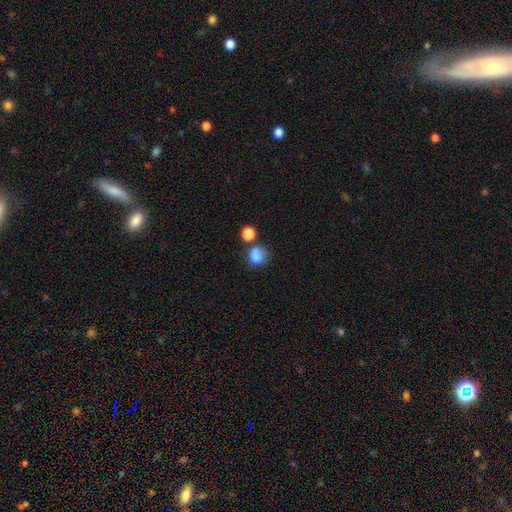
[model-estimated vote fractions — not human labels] A smooth galaxy with no disk features (80%) that is round (60%). Merging: none (47%).